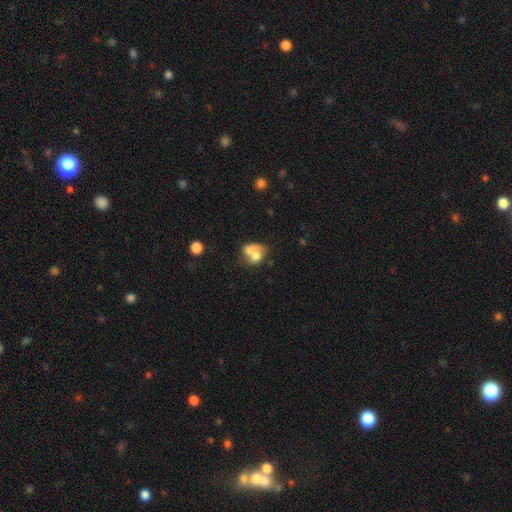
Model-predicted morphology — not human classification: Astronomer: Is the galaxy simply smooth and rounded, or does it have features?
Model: smooth — 60%.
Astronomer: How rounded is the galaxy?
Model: in between — 50% (runner-up: round, 48%).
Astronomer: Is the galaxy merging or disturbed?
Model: merger — 67%.